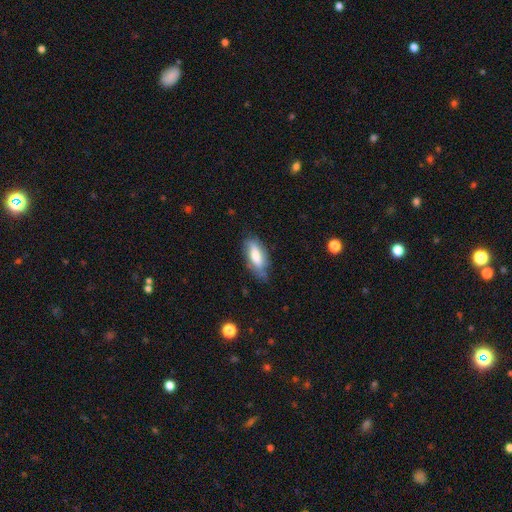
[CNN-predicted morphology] The model was most divided on "merging": none: 60%, minor disturbance: 31%, major disturbance: 7%, merger: 2%. More confident: how rounded — in between (73%); smooth or featured — smooth (65%).